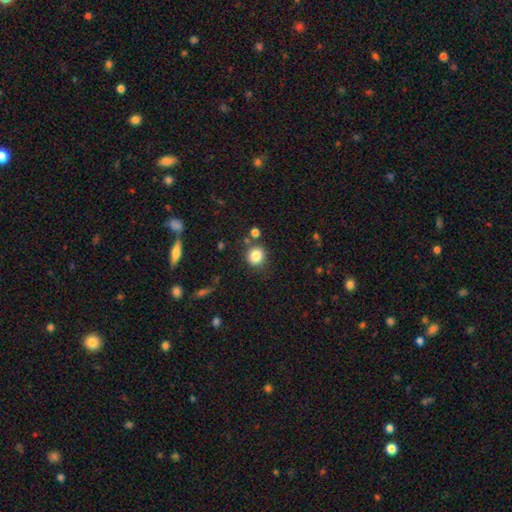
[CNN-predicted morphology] Smooth or featured? Predicted: smooth (p=0.84). How rounded? Predicted: round (p=0.86). Merging? Predicted: none (p=0.78).